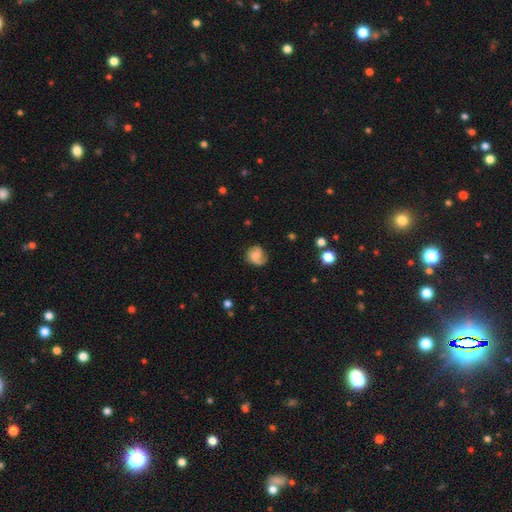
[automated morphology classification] Smooth or featured? Predicted: featured or disk (p=0.57). Edge-on disk? Predicted: no (p=0.98). Bar? Predicted: no (p=0.60). Spiral arms? Predicted: yes (p=0.92). Spiral winding? Predicted: medium (p=0.42). Spiral arm count? Predicted: 2 (p=0.54). Bulge size? Predicted: small (p=0.33). Merging? Predicted: none (p=0.65).